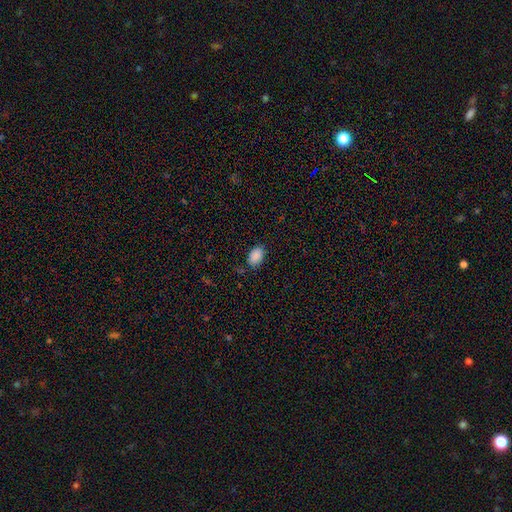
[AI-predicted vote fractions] Smooth or featured?
  - smooth: 89% *
  - star or artifact: 8%
  - featured or disk: 3%
How rounded?
  - in between: 89% *
  - round: 10%
  - cigar-shaped: 1%
Merging?
  - none: 80% *
  - minor disturbance: 15%
  - major disturbance: 3%
  - merger: 2%